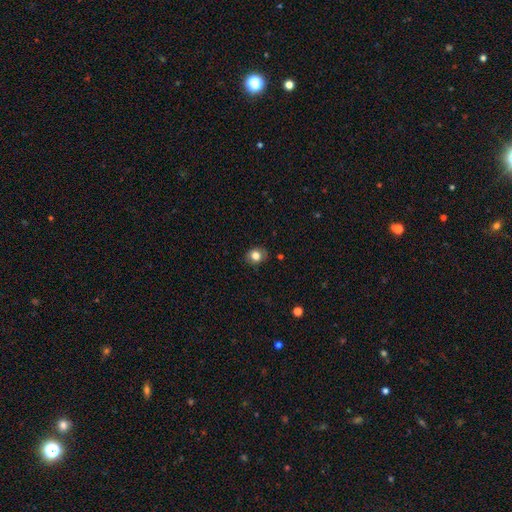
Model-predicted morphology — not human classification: The model was most divided on "how rounded": round: 66%, in between: 33%, cigar-shaped: 1%. More confident: merging — none (85%); smooth or featured — smooth (80%).